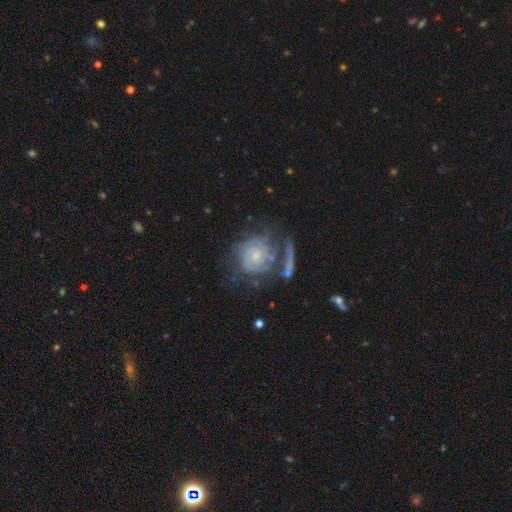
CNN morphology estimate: Smooth or featured: featured or disk — 77% (smooth — 16%)
Edge-on disk: no — 97% (yes — 3%)
Bar: no — 65% (weak — 29%)
Spiral arms: yes — 89% (no — 11%)
Spiral winding: tight — 69% (medium — 23%)
Spiral arm count: can't tell — 40% (2 — 33%)
Bulge size: small — 59% (moderate — 29%)
Merging: none — 46% (major disturbance — 20%)